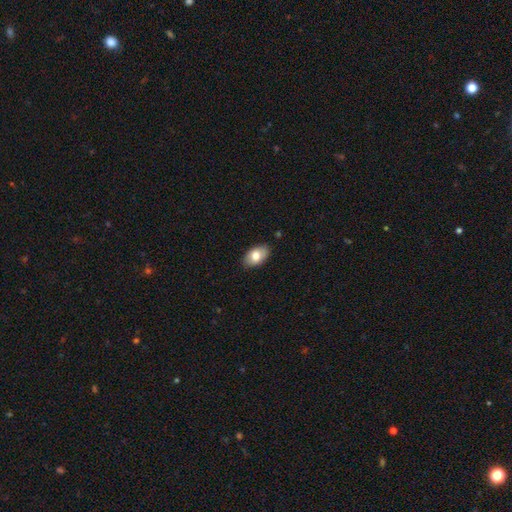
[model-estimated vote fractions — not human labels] smooth_or_featured: smooth (p=0.79) [alt: featured or disk p=0.14]
how_rounded: in between (p=0.93) [alt: round p=0.06]
merging: none (p=0.86) [alt: minor disturbance p=0.11]